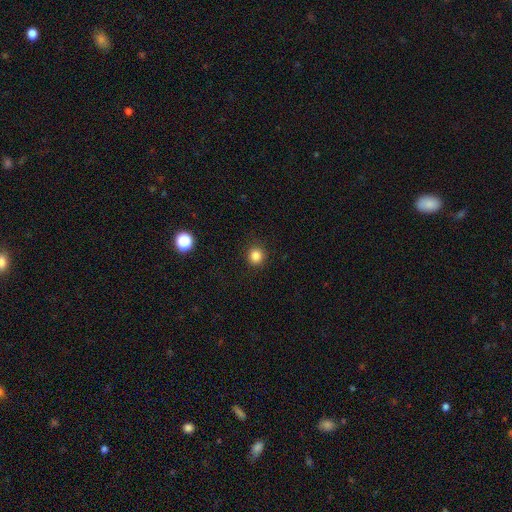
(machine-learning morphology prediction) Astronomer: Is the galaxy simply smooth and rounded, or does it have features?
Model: smooth — 85%.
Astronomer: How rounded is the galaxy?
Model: round — 91%.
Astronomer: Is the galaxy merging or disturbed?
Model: none — 91%.